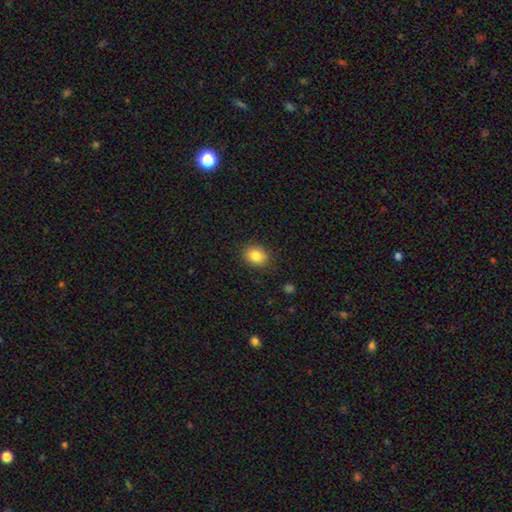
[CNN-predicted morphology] This appears to be a smooth galaxy with no disk features (84%) that is round (56%). Merging: none (88%).